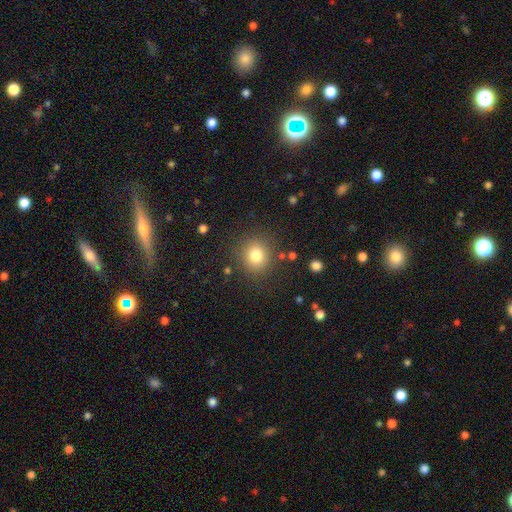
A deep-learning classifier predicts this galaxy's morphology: Smooth or featured: smooth — 80% (star or artifact — 12%)
How rounded: round — 84% (in between — 15%)
Merging: none — 85% (minor disturbance — 9%)